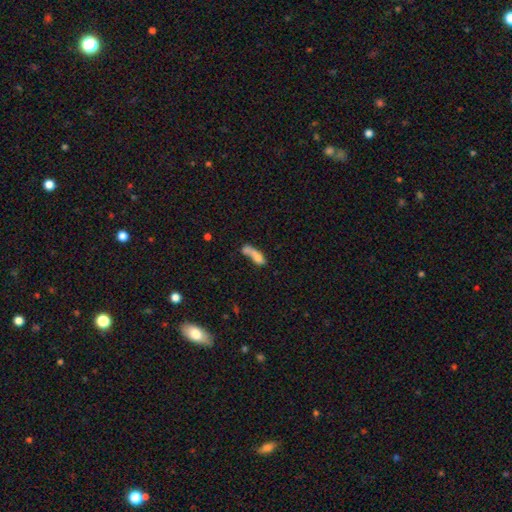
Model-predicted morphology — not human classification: Smooth or featured? Predicted: smooth (p=0.67). How rounded? Predicted: in between (p=0.54). Merging? Predicted: merger (p=0.49).